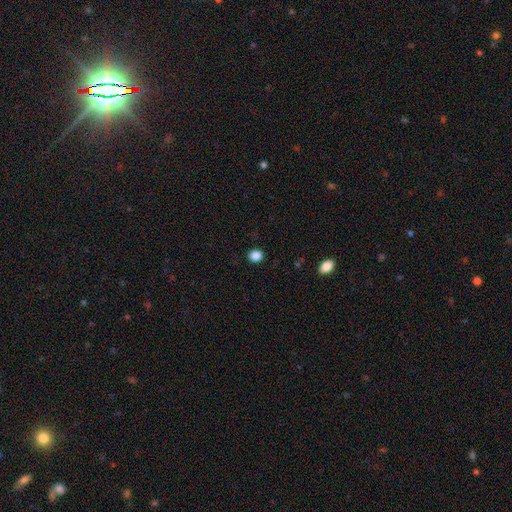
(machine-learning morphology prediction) This appears to be a smooth galaxy with no disk features (86%) that is round (80%). Merging: none (91%).